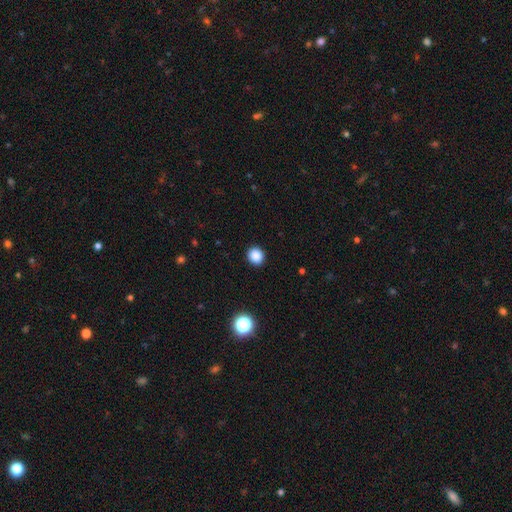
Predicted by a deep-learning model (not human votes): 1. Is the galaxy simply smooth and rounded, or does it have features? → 86% smooth, 11% star or artifact, 3% featured or disk.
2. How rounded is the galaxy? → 85% round, 14% in between, 1% cigar-shaped.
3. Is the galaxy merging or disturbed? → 92% none, 6% minor disturbance, 2% major disturbance, 1% merger.